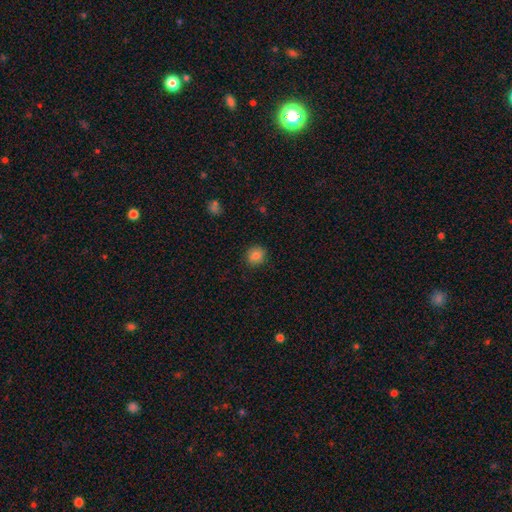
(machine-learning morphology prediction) A smooth galaxy with no disk features (85%) that is round (82%).

Vote fractions:
- Smooth or featured? smooth: 85% / star or artifact: 10% / featured or disk: 5%
- How rounded? round: 82% / in between: 17% / cigar-shaped: 1%
- Merging? none: 88% / minor disturbance: 8% / major disturbance: 2% / merger: 1%